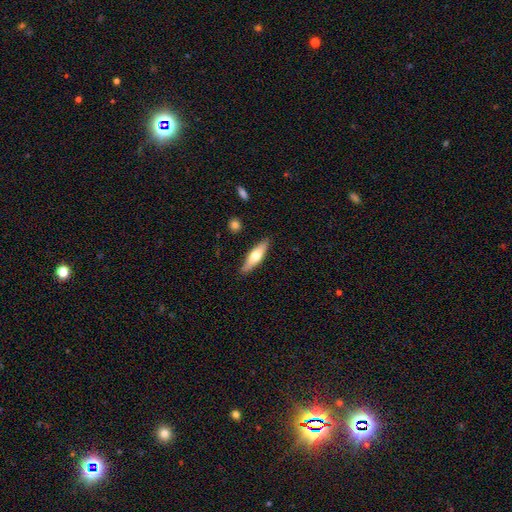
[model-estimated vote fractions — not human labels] This appears to be a smooth galaxy with no disk features (52%) that is cigar-shaped (62%). Merging: none (87%).